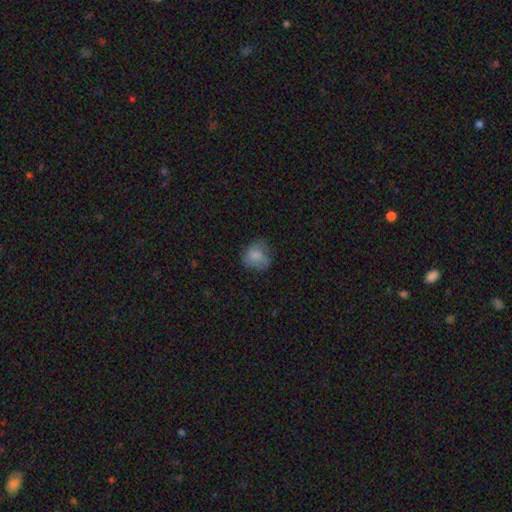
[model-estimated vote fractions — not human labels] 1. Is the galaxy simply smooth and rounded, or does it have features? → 77% smooth, 14% featured or disk, 9% star or artifact.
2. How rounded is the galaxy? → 67% round, 32% in between, 1% cigar-shaped.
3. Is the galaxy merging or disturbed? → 58% none, 27% minor disturbance, 13% major disturbance, 1% merger.